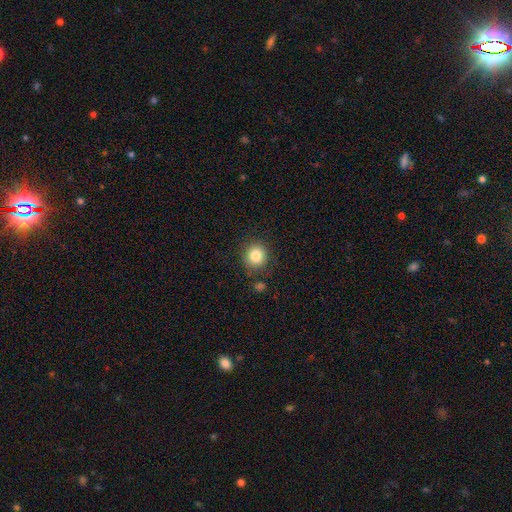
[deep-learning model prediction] A smooth galaxy with no disk features (83%) that is round (91%). Merging: none (85%).